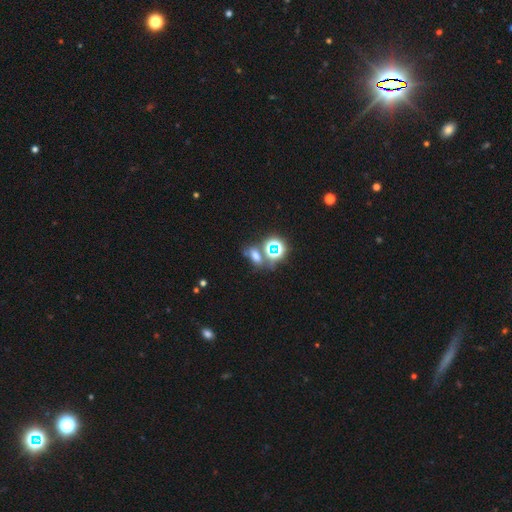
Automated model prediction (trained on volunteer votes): This is possibly a smooth galaxy (47%). Merging: possibly none (53%).